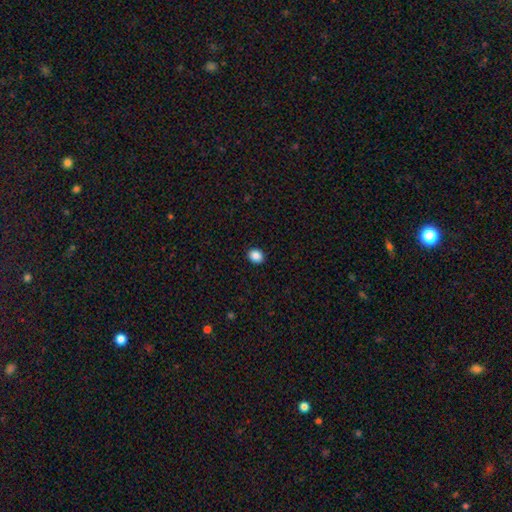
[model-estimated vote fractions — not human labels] Morphology: type=smooth (87%); roundness=round (61%); merging=none (92%).